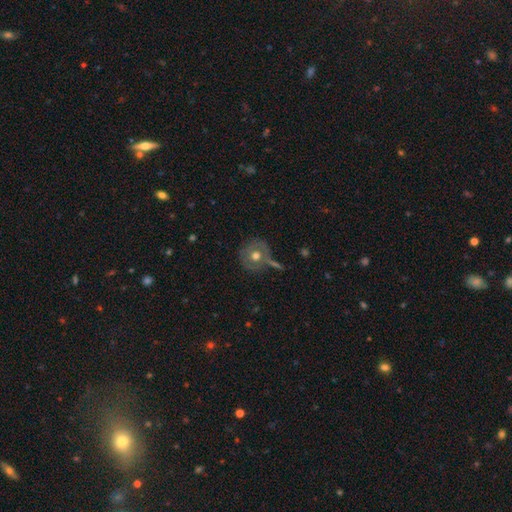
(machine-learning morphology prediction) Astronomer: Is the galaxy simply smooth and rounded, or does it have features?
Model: smooth — 47% (runner-up: featured or disk, 45%).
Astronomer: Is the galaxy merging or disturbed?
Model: none — 66%.